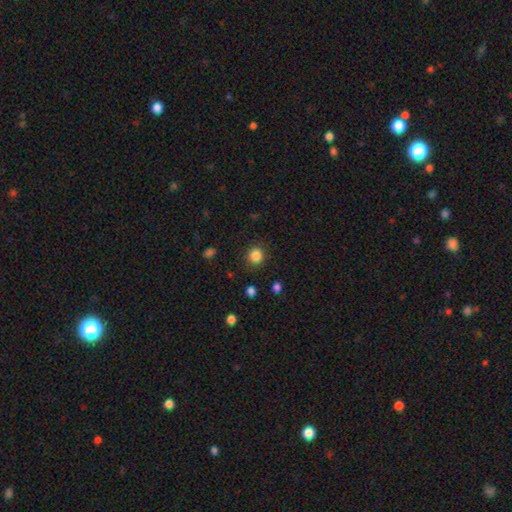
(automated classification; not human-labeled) Overall: smooth (85%). How rounded: round (90%). Merging: none (89%).